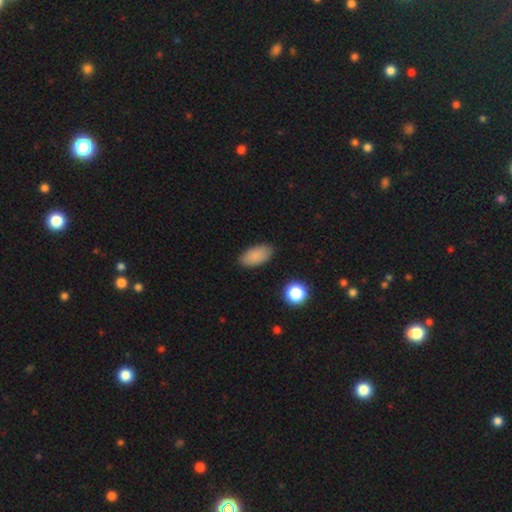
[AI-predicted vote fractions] This appears to be a smooth galaxy with no disk features (87%) that is in between round and cigar-shaped (93%). Merging: none (85%).